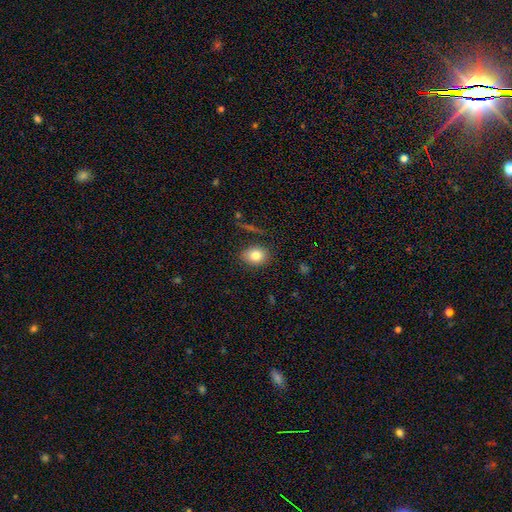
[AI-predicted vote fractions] smooth-or-featured: smooth: 81% | featured or disk: 10% | star or artifact: 10%
  how-rounded: in between: 58% | round: 41% | cigar-shaped: 1%
  merging: none: 83% | minor disturbance: 11% | major disturbance: 3% | merger: 2%